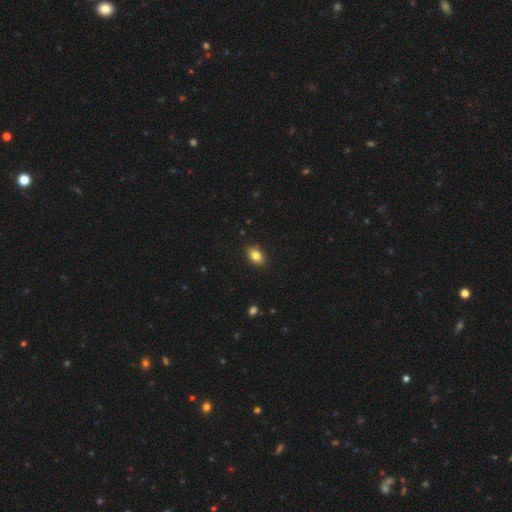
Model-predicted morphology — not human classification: smooth_or_featured: smooth (p=0.82) [alt: star or artifact p=0.09]
how_rounded: in between (p=0.85) [alt: round p=0.13]
merging: none (p=0.88) [alt: minor disturbance p=0.09]